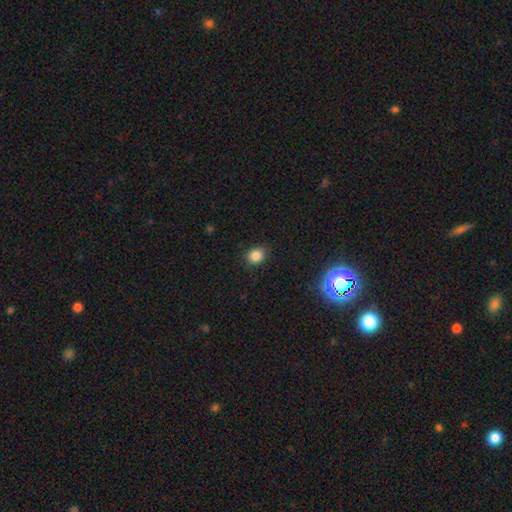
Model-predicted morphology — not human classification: type=smooth (84%); roundness=round (60%); merging=none (86%).